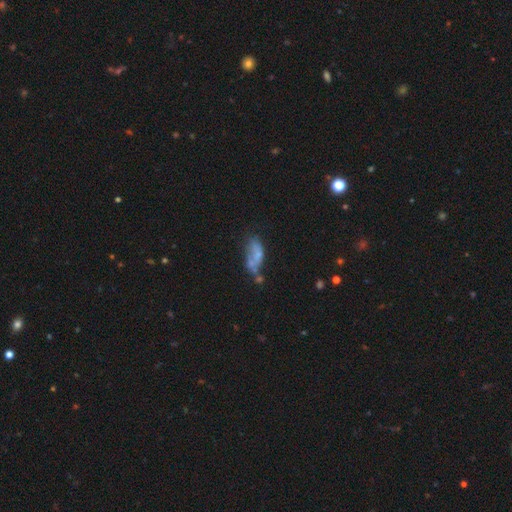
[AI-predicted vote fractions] A smooth galaxy with no disk features (47%).

Vote fractions:
- Smooth or featured? smooth: 47% / featured or disk: 40% / star or artifact: 14%
- Merging? merger: 31% / none: 28% / major disturbance: 21% / minor disturbance: 21%